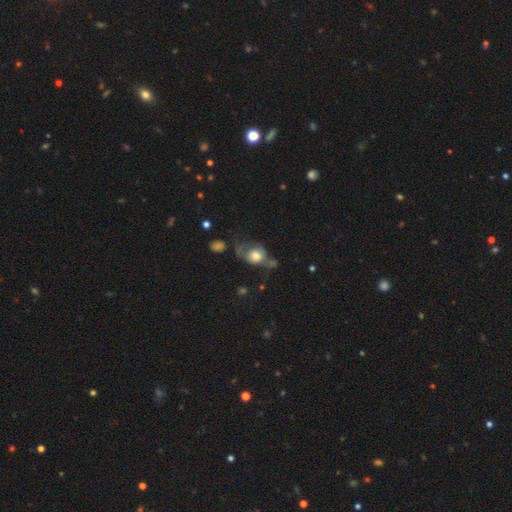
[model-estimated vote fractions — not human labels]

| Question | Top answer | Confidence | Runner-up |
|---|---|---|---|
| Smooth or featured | smooth | 69% | featured or disk (21%) |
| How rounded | round | 57% | in between (42%) |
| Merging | none | 33% | major disturbance (25%) |